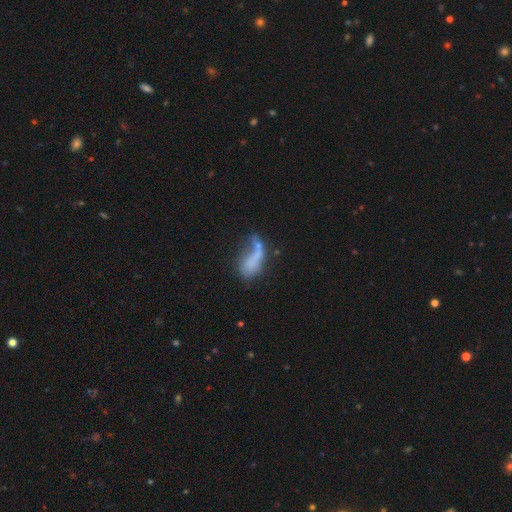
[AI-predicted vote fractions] Smooth or featured?
  - smooth: 55% *
  - featured or disk: 34%
  - star or artifact: 11%
How rounded?
  - in between: 73% *
  - cigar-shaped: 20%
  - round: 6%
Merging?
  - major disturbance: 33% *
  - merger: 26%
  - none: 23%
  - minor disturbance: 17%